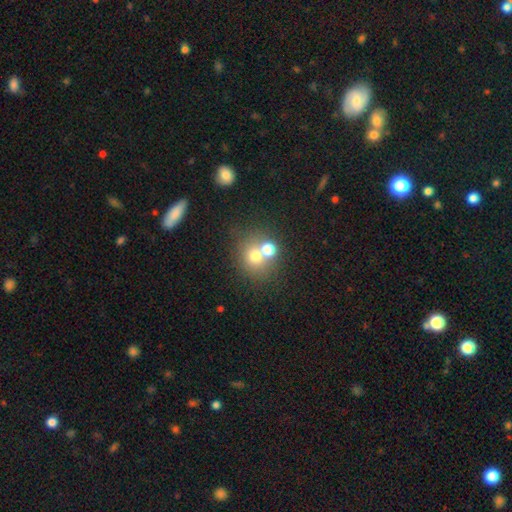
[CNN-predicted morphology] smooth 70%, featured or disk 15%, star or artifact 14%. Down the decision tree: how rounded — round (78%); merging — merger (48%).